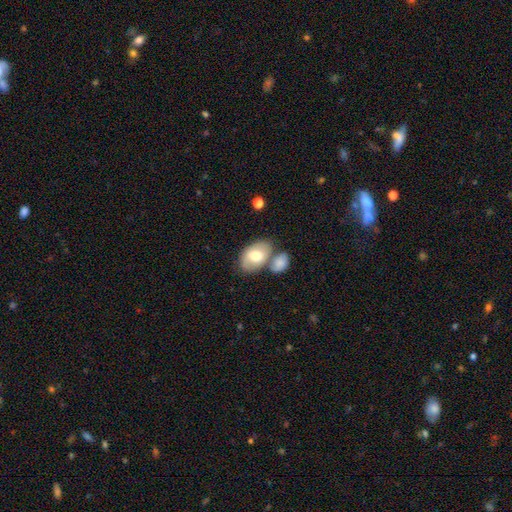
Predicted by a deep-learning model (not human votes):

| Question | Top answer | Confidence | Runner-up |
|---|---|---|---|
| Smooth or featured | smooth | 62% | featured or disk (32%) |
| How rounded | in between | 88% | round (11%) |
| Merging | none | 44% | merger (33%) |